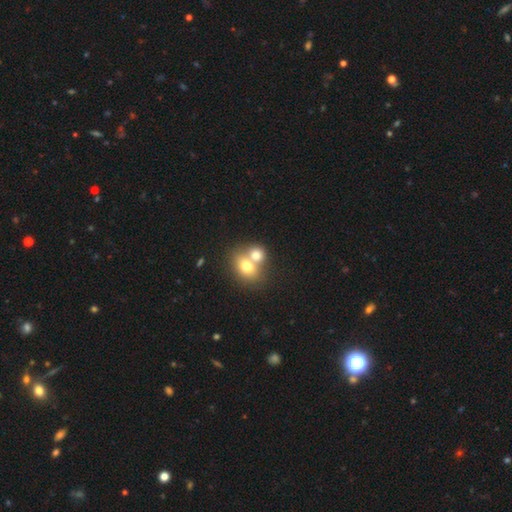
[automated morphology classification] A smooth galaxy with no disk features (72%) that is round (57%). Merging: merger (66%).